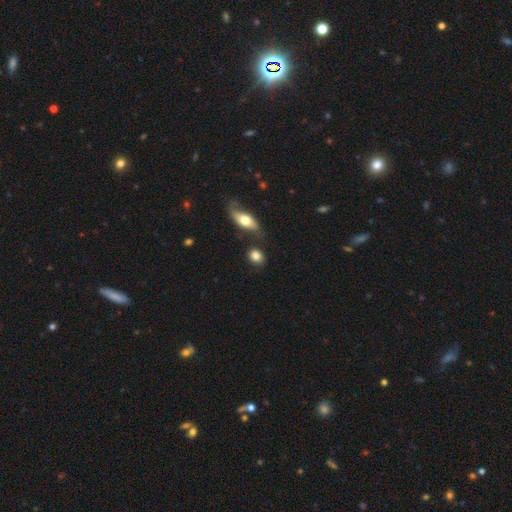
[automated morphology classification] The model was most divided on "how rounded": round: 56%, in between: 42%, cigar-shaped: 3%. More confident: smooth or featured — smooth (82%); merging — none (67%).